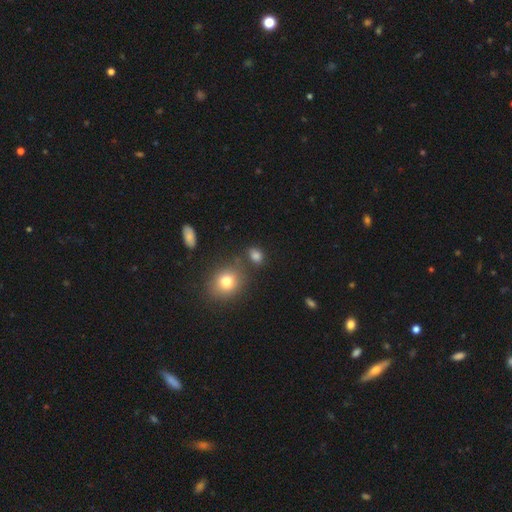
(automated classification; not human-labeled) smooth 78%, star or artifact 15%, featured or disk 6%. Down the decision tree: how rounded — in between (61%); merging — none (70%).